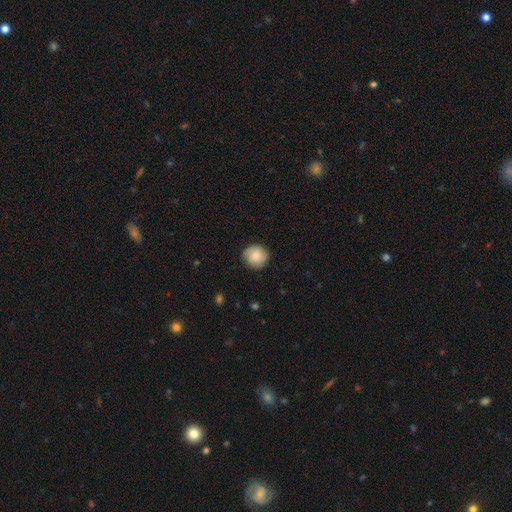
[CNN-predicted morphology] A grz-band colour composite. It shows a smooth galaxy with no disk features (82%) that is round (90%). Merging: none (85%).